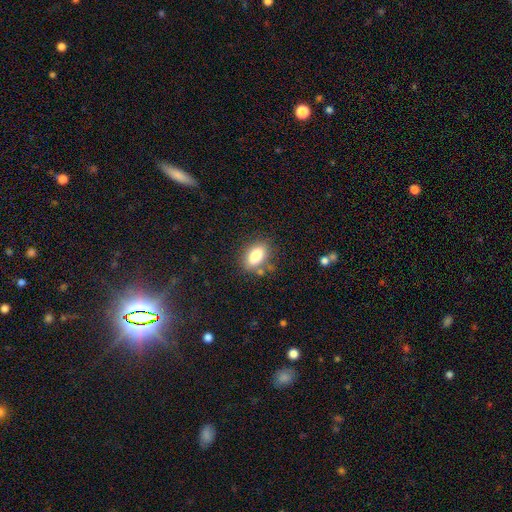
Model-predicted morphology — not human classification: The model was most divided on "merging": none: 78%, minor disturbance: 14%, merger: 5%, major disturbance: 4%. More confident: how rounded — in between (88%); smooth or featured — smooth (82%).